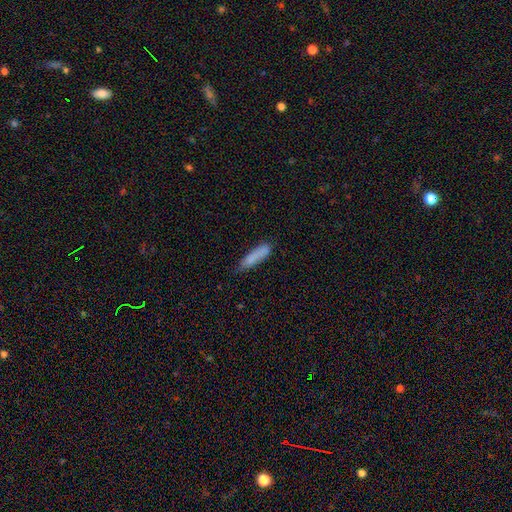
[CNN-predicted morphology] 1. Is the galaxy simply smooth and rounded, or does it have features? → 82% smooth, 11% featured or disk, 7% star or artifact.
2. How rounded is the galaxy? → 80% cigar-shaped, 19% in between, 2% round.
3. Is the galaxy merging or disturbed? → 65% none, 26% minor disturbance, 6% major disturbance, 3% merger.